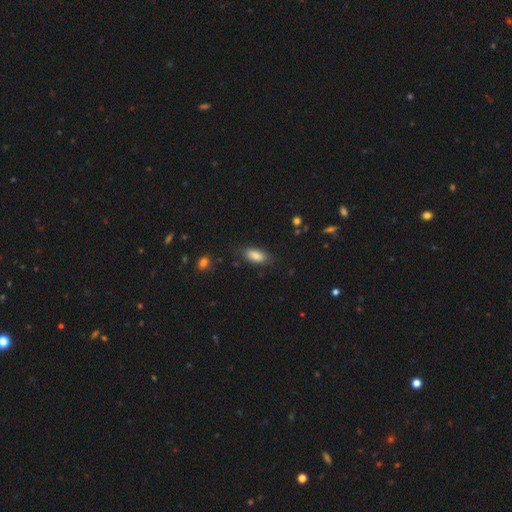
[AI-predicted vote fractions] smooth_or_featured: smooth (p=0.85) [alt: featured or disk p=0.08]
how_rounded: in between (p=0.85) [alt: cigar-shaped p=0.12]
merging: none (p=0.78) [alt: minor disturbance p=0.16]